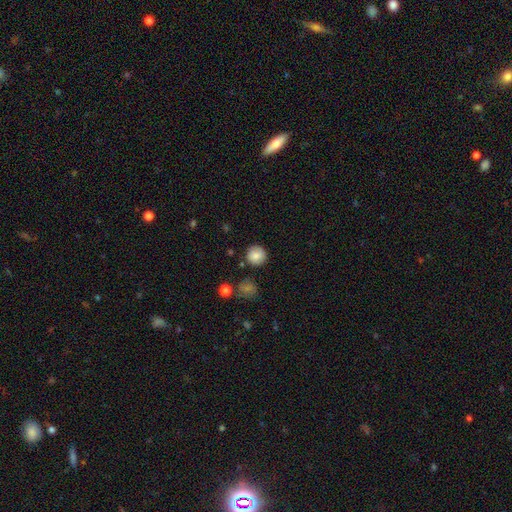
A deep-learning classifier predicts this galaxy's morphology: This is clearly a smooth galaxy (83%). How rounded: clearly round (92%). Merging: clearly none (82%).